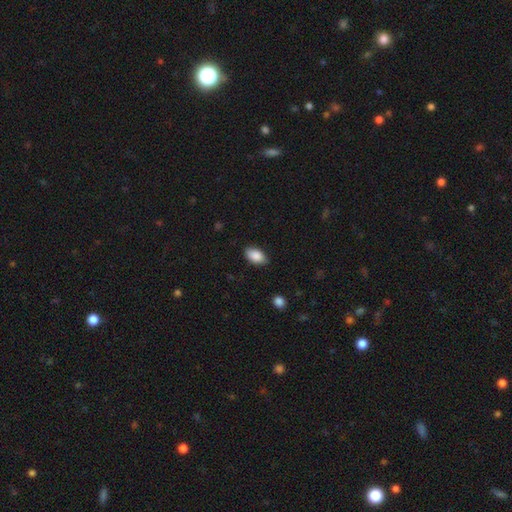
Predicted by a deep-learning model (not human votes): Smooth or featured?
  - smooth: 89% *
  - star or artifact: 7%
  - featured or disk: 5%
How rounded?
  - in between: 93% *
  - round: 5%
  - cigar-shaped: 2%
Merging?
  - none: 86% *
  - minor disturbance: 11%
  - major disturbance: 2%
  - merger: 1%